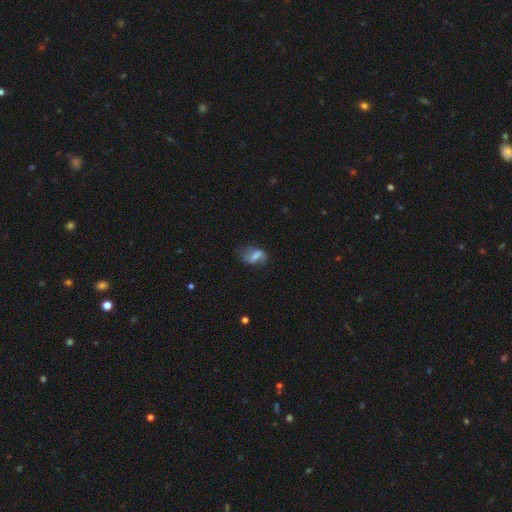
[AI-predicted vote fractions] smooth_or_featured: featured or disk (p=0.53) [alt: smooth p=0.38]
disk_edge_on: no (p=0.94) [alt: yes p=0.06]
merging: none (p=0.54) [alt: minor disturbance p=0.27]